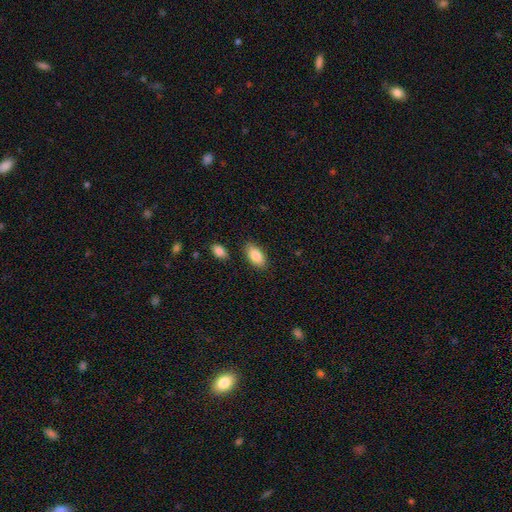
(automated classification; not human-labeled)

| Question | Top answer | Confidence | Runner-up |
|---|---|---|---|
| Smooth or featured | smooth | 86% | featured or disk (7%) |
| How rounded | in between | 93% | cigar-shaped (4%) |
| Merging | none | 84% | minor disturbance (11%) |